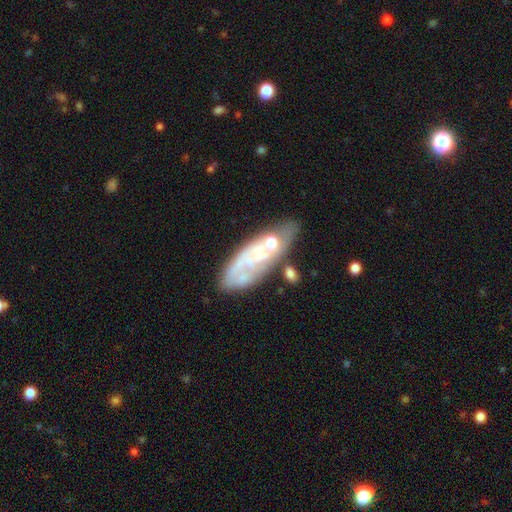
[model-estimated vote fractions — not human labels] A featured or disk galaxy (60%) with no bar (79%), no spiral arms (54%) and a small central bulge (37%).

Vote fractions:
- Smooth or featured? featured or disk: 60% / smooth: 30% / star or artifact: 10%
- Edge-on disk? no: 84% / yes: 16%
- Bar? no: 79% / weak: 16% / strong: 5%
- Spiral arms? no: 54% / yes: 46%
- Bulge size? small: 37% / none: 33% / moderate: 24% / large: 4% / dominant: 2%
- Merging? none: 57% / minor disturbance: 21% / major disturbance: 12% / merger: 10%